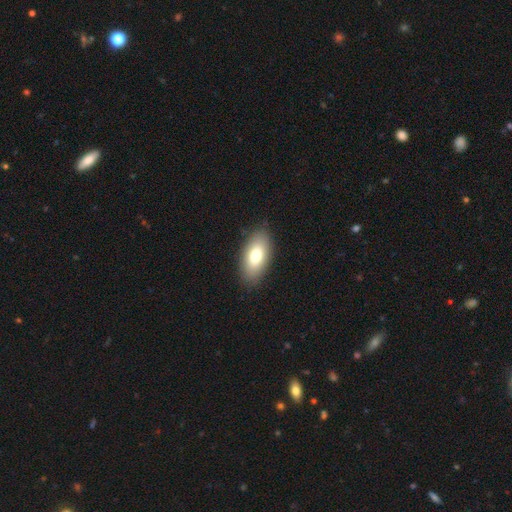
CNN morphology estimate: Overall: smooth (76%). How rounded: in between (92%). Merging: none (87%).